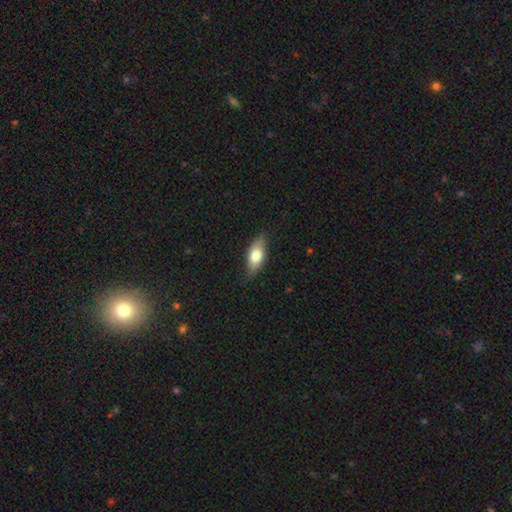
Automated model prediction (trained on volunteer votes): Smooth or featured: smooth — 68% (featured or disk — 26%)
How rounded: in between — 79% (cigar-shaped — 17%)
Merging: none — 77% (minor disturbance — 18%)